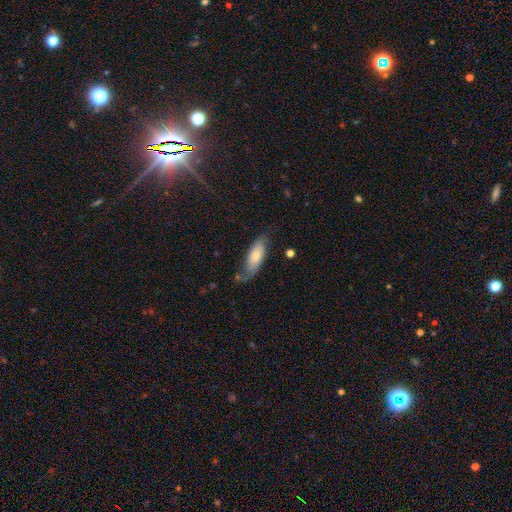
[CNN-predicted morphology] A smooth galaxy with no disk features (65%) that is in between round and cigar-shaped (72%). Merging: none (52%).